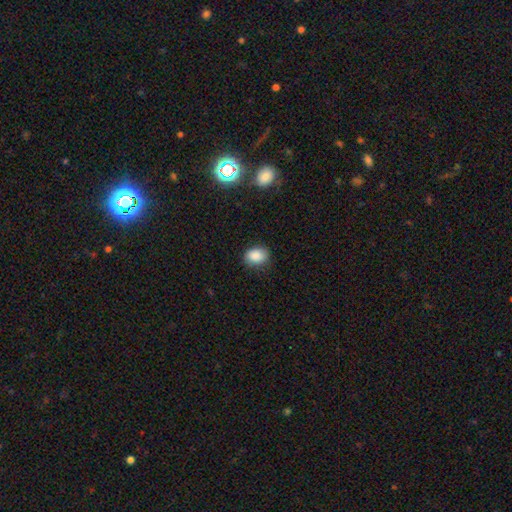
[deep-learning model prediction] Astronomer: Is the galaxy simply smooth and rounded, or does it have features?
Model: smooth — 87%.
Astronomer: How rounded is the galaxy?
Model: in between — 65%.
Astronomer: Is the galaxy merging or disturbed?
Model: none — 80%.